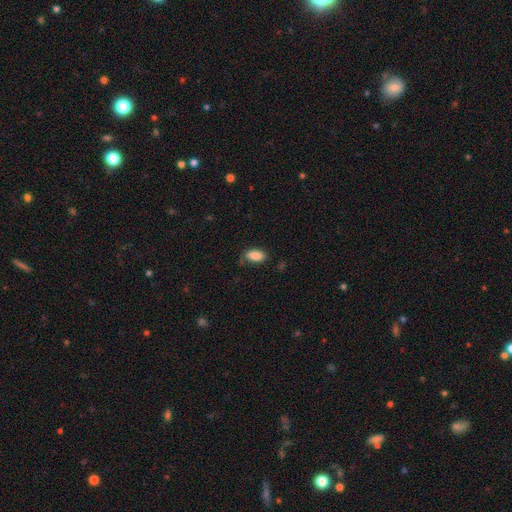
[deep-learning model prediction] The model was most divided on "merging": none: 71%, minor disturbance: 22%, major disturbance: 5%, merger: 2%. More confident: how rounded — in between (91%); smooth or featured — smooth (87%).